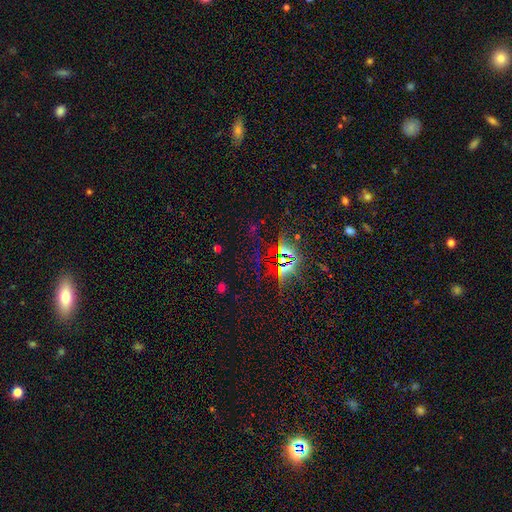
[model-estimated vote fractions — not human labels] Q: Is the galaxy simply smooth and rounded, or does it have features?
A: star or artifact — 81%.